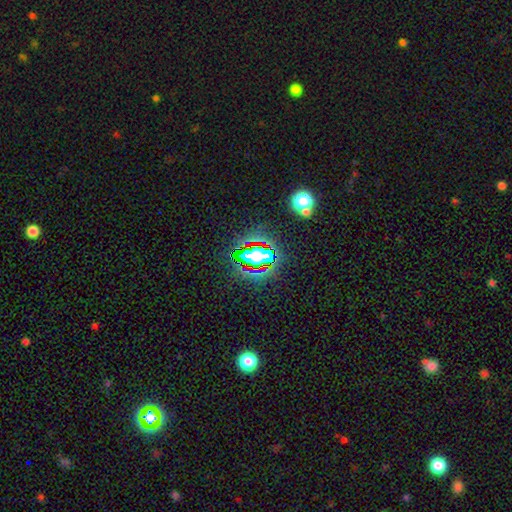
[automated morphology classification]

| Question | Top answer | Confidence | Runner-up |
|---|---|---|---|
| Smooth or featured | star or artifact | 61% | smooth (25%) |